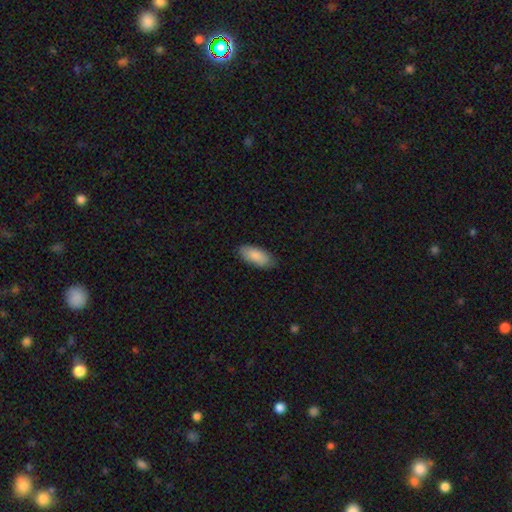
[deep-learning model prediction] Smooth or featured: smooth — 88% (featured or disk — 7%)
How rounded: in between — 89% (cigar-shaped — 10%)
Merging: none — 83% (minor disturbance — 14%)